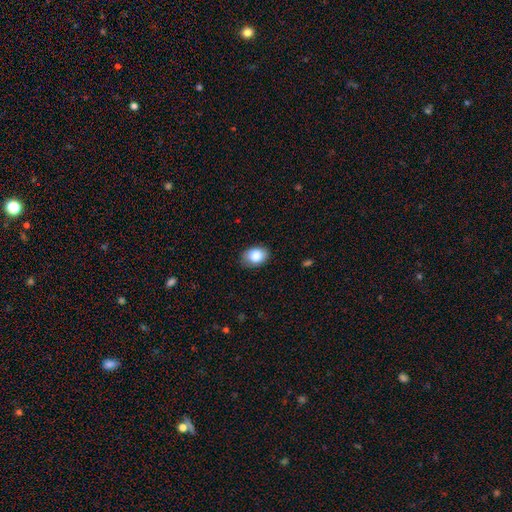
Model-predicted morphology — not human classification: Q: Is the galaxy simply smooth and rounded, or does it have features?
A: smooth — 84%.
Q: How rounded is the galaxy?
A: in between — 75%.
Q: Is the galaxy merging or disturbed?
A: none — 82%.